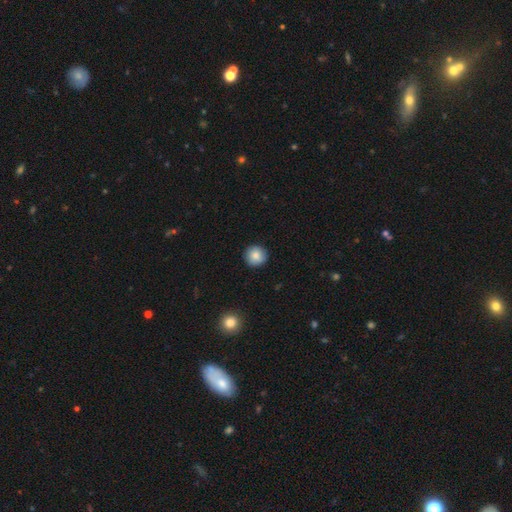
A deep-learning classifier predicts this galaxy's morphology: Smooth or featured: smooth — 84% (star or artifact — 9%)
How rounded: round — 95% (in between — 4%)
Merging: none — 91% (minor disturbance — 7%)